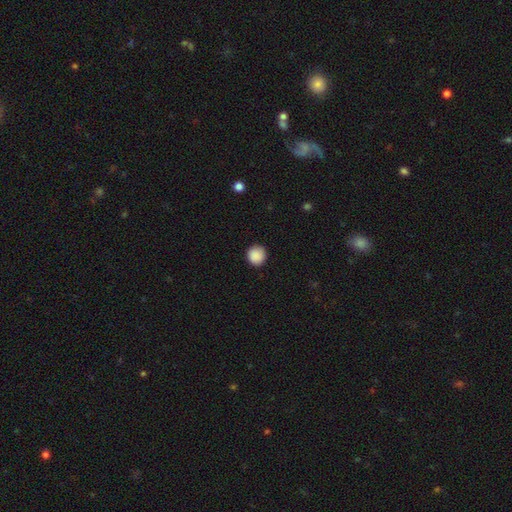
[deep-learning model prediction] Overall: smooth (89%). How rounded: round (93%). Merging: none (89%).